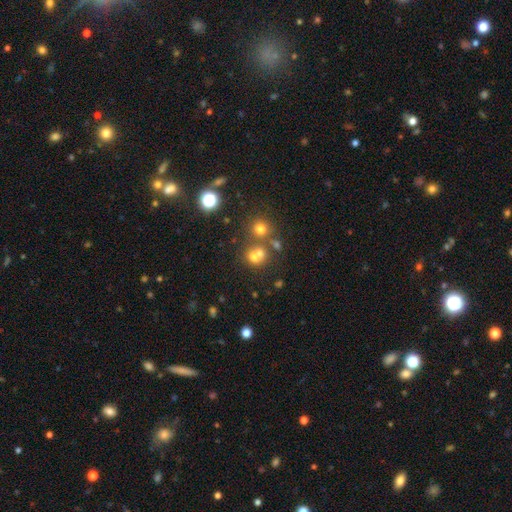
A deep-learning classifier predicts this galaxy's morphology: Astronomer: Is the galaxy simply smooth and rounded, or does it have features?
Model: smooth — 61%.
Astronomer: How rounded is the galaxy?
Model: round — 80%.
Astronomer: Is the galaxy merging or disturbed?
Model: none — 48% (runner-up: merger, 40%).